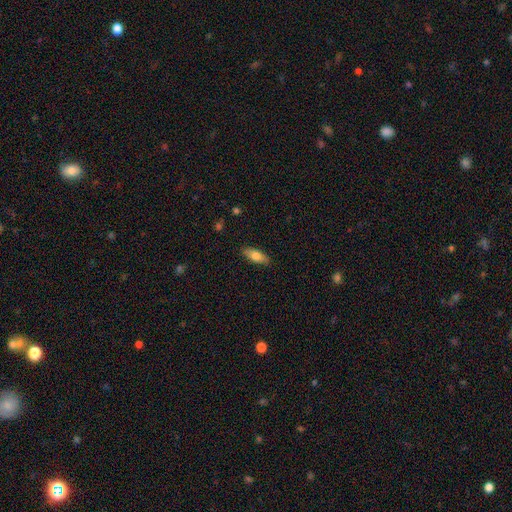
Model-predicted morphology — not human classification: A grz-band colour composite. It shows a smooth galaxy with no disk features (73%) that is in between round and cigar-shaped (70%). Merging: none (87%).